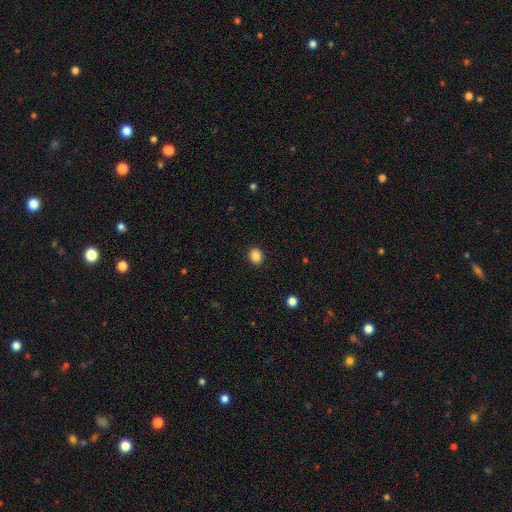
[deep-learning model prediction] A smooth galaxy with no disk features (87%) that is round (62%). Merging: none (90%).